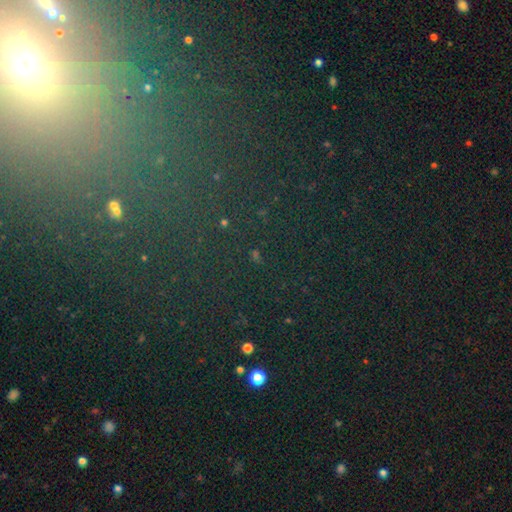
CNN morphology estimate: Smooth or featured? Predicted: star or artifact (p=0.76).